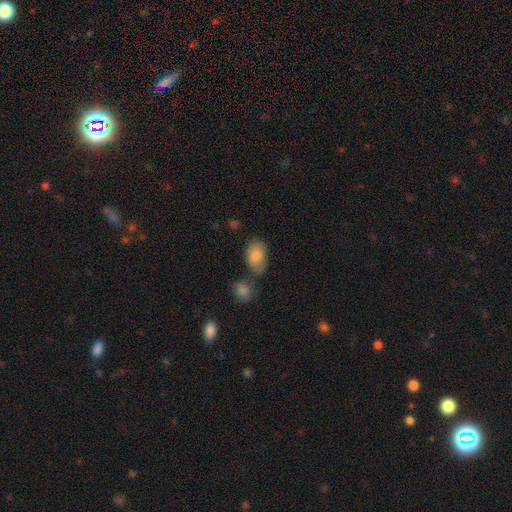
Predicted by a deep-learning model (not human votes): Smooth or featured? Predicted: smooth (p=0.82). How rounded? Predicted: in between (p=0.88). Merging? Predicted: none (p=0.60).